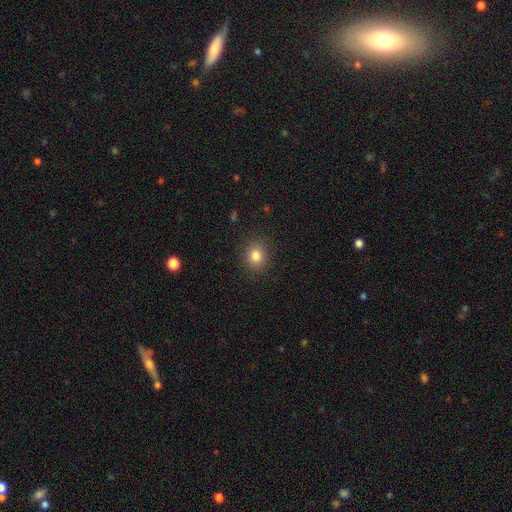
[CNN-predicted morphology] Overall: smooth (82%). How rounded: round (65%; in between 34%). Merging: none (89%).